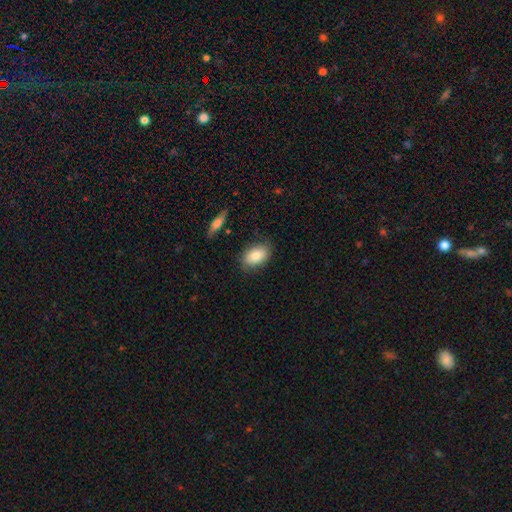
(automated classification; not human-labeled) Smooth or featured? Predicted: smooth (p=0.85). How rounded? Predicted: in between (p=0.89). Merging? Predicted: none (p=0.82).